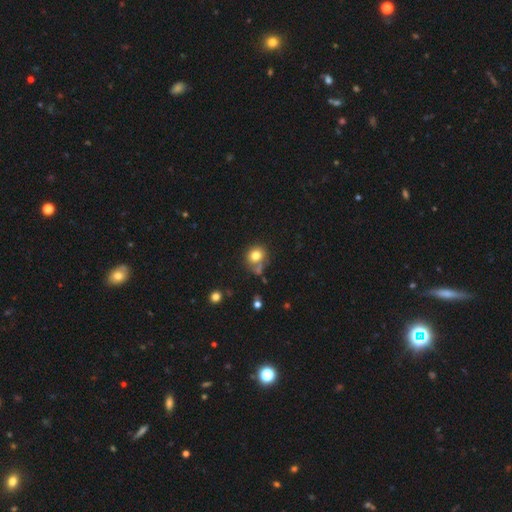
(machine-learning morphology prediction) This appears to be a smooth galaxy with no disk features (80%) that is round (79%). Merging: none (62%).